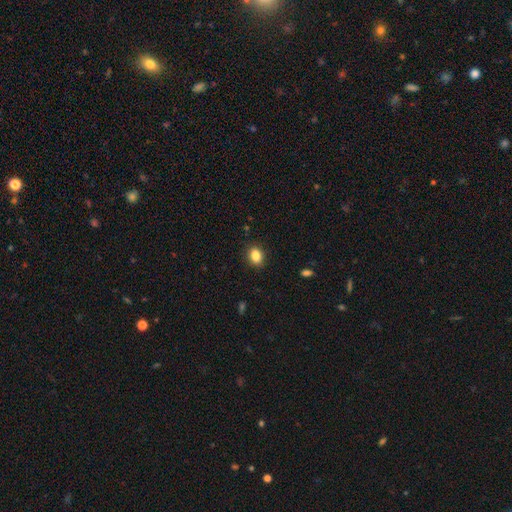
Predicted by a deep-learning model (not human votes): Overall: smooth (85%). How rounded: in between (67%; round 32%). Merging: none (88%).